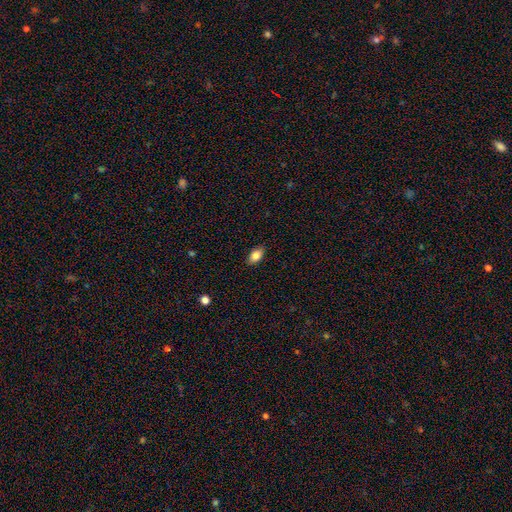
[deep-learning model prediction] The model was most divided on "smooth or featured": smooth: 83%, featured or disk: 9%, star or artifact: 8%. More confident: how rounded — in between (90%); merging — none (87%).